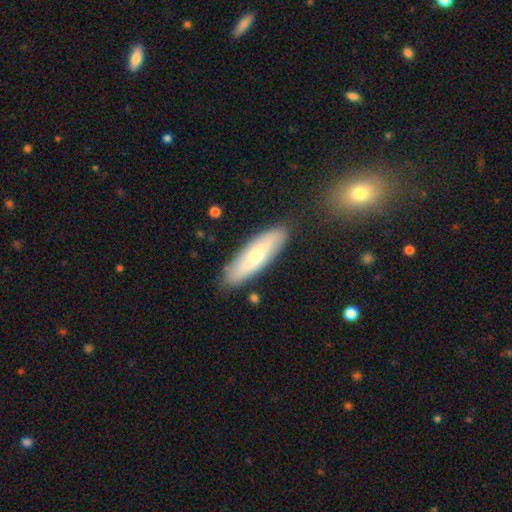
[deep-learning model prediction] Overall: smooth (53%; featured or disk 41%). How rounded: cigar-shaped (59%; in between 39%). Merging: none (84%).